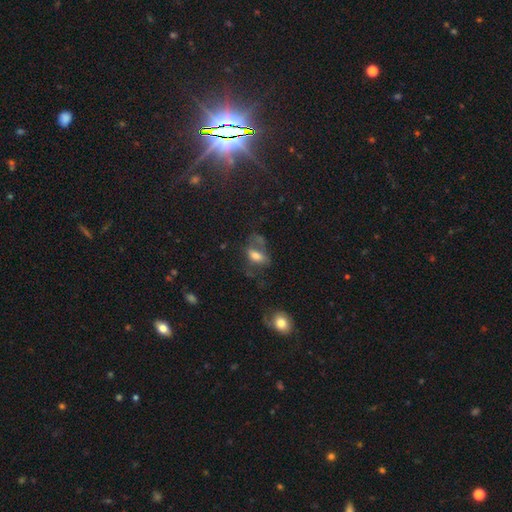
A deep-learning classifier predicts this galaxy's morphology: The model was most divided on "merging": none: 34%, major disturbance: 31%, minor disturbance: 21%, merger: 14%. More confident: how rounded — in between (84%); smooth or featured — smooth (58%).